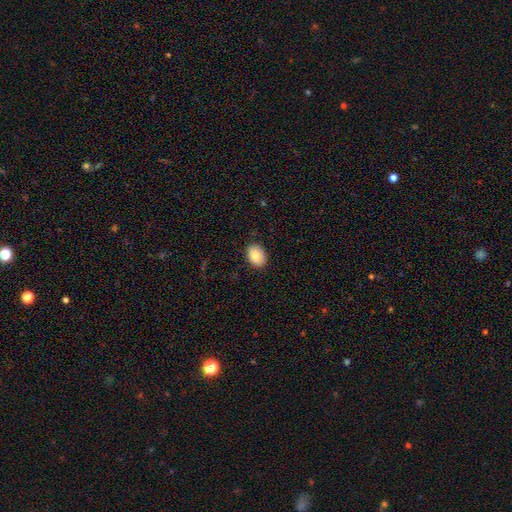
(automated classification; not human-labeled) The model was most divided on "how rounded": in between: 77%, round: 22%, cigar-shaped: 1%. More confident: merging — none (88%); smooth or featured — smooth (86%).